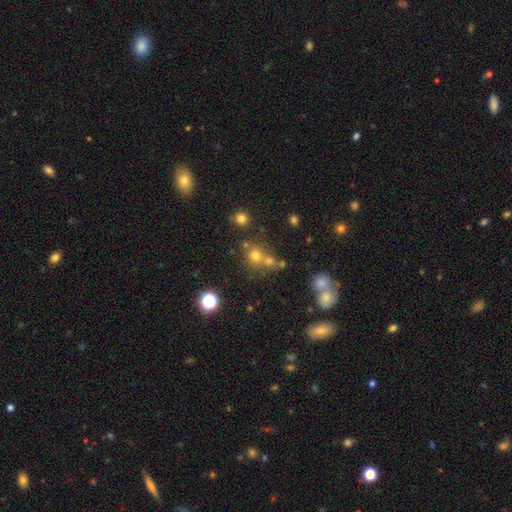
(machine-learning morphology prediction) This is likely a smooth galaxy (66%). How rounded: clearly round (87%). Merging: possibly none (55%).